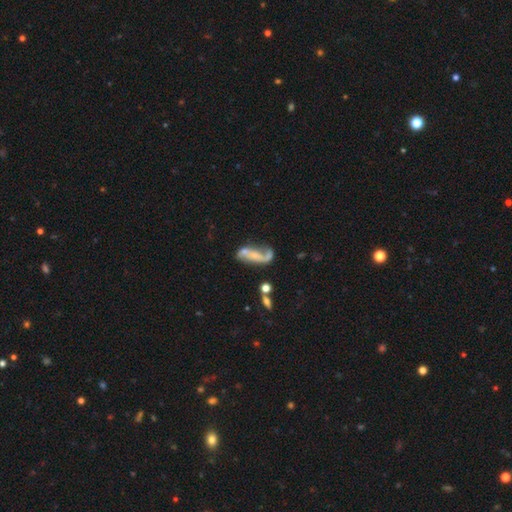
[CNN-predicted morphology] The model was most divided on "merging": none: 34%, major disturbance: 25%, merger: 21%, minor disturbance: 20%. Remaining: edge-on disk — no (91%); spiral arms — yes (77%); smooth or featured — featured or disk (66%); bar — no (58%); bulge size — small (48%).